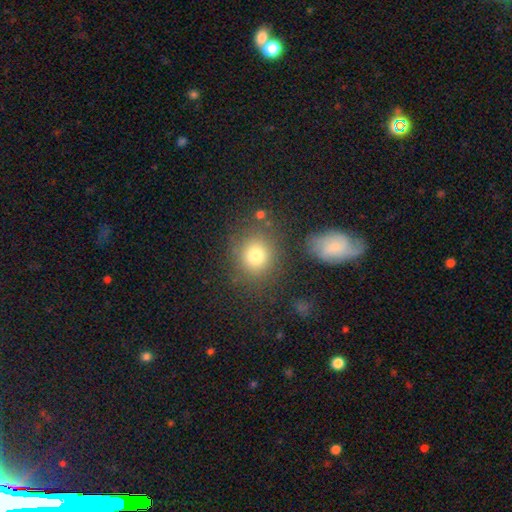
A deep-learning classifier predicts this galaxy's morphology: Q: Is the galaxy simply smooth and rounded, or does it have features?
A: smooth — 78%.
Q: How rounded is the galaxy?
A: round — 80%.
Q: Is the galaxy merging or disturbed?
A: none — 78%.